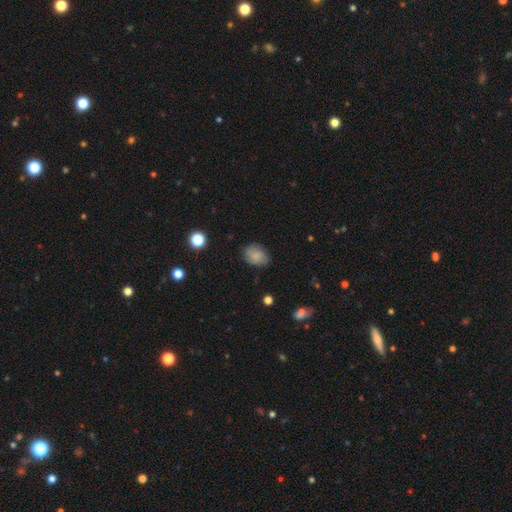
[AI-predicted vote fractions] A smooth galaxy with no disk features (82%) that is in between round and cigar-shaped (69%). Merging: none (76%).